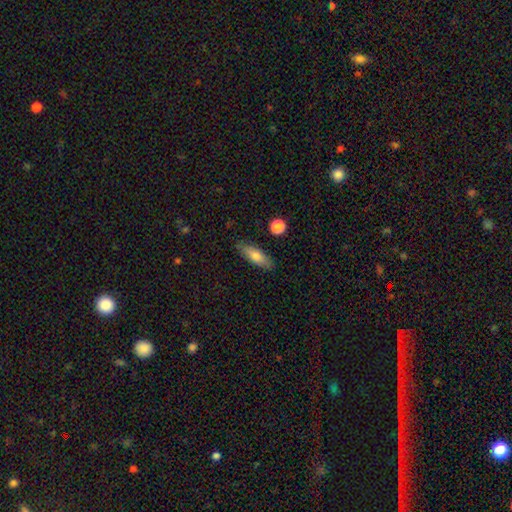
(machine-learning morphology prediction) Overall: smooth (73%). How rounded: in between (55%; cigar-shaped 42%). Merging: none (84%).